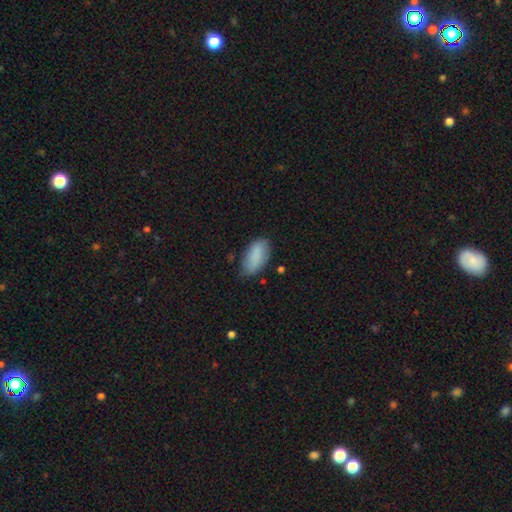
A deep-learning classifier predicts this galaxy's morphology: Overall: smooth (85%). How rounded: in between (92%). Merging: none (65%; minor disturbance 27%).